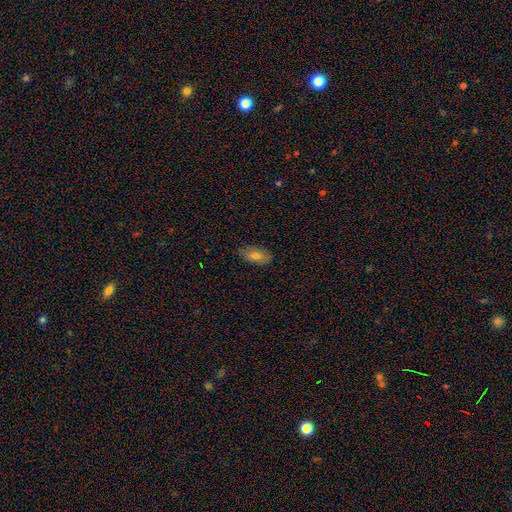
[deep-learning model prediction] smooth_or_featured: smooth (p=0.76) [alt: featured or disk p=0.16]
how_rounded: in between (p=0.90) [alt: round p=0.06]
merging: none (p=0.82) [alt: minor disturbance p=0.14]